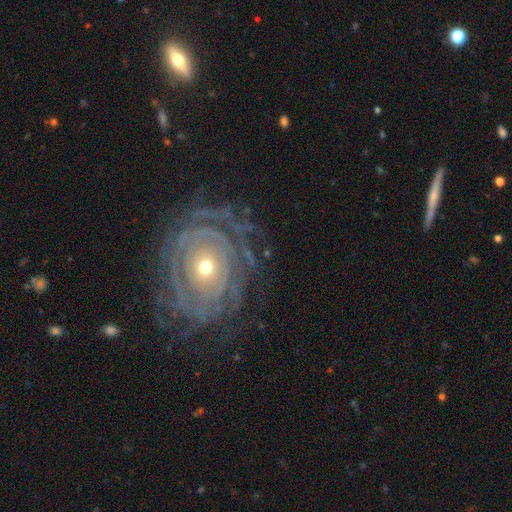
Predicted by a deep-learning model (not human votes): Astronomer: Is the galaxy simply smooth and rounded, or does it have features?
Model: featured or disk — 85%.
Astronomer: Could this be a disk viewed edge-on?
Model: no — 96%.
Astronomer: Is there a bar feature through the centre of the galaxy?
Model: no — 79%.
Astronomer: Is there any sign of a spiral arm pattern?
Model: yes — 91%.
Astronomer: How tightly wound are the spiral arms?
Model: tight — 85%.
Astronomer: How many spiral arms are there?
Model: can't tell — 38% (runner-up: more than 4, 14%).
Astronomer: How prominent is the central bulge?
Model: small — 51% (runner-up: moderate, 45%).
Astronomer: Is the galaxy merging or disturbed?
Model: none — 77%.